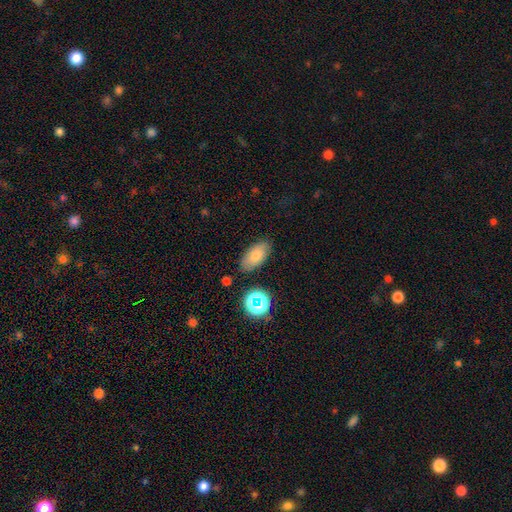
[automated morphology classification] A smooth galaxy with no disk features (76%) that is in between round and cigar-shaped (91%). Merging: none (82%).